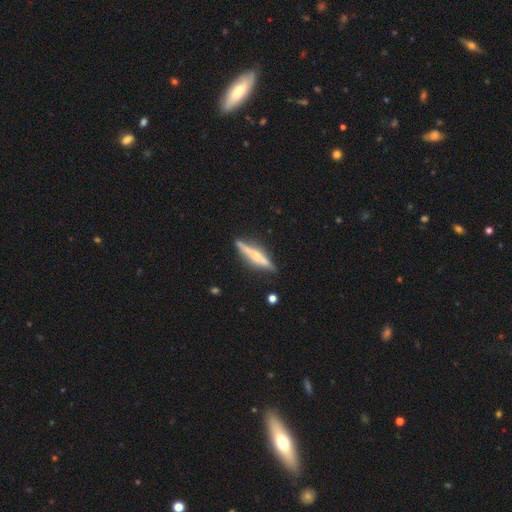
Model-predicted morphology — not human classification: This is likely a featured or disk galaxy (69%). It is clearly viewed edge-on (96%). Edge-on bulge: clearly rounded (81%). Merging: clearly none (81%).